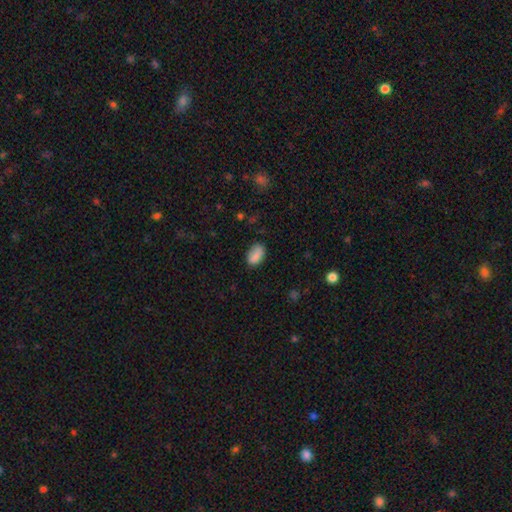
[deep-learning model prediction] Smooth or featured? smooth (85%)
How rounded? in between (90%)
Merging? none (72%)